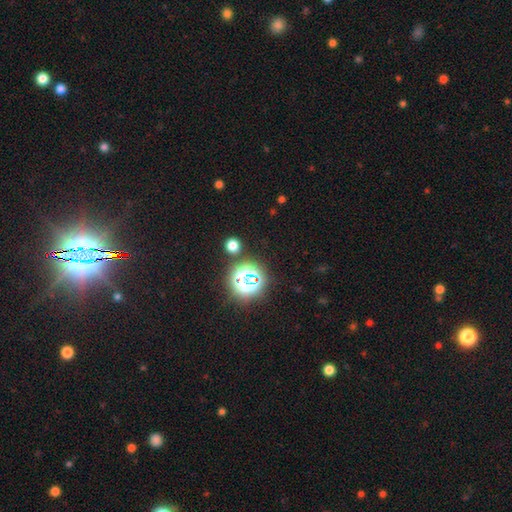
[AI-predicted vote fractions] smooth_or_featured: star or artifact (p=0.81) [alt: smooth p=0.13]